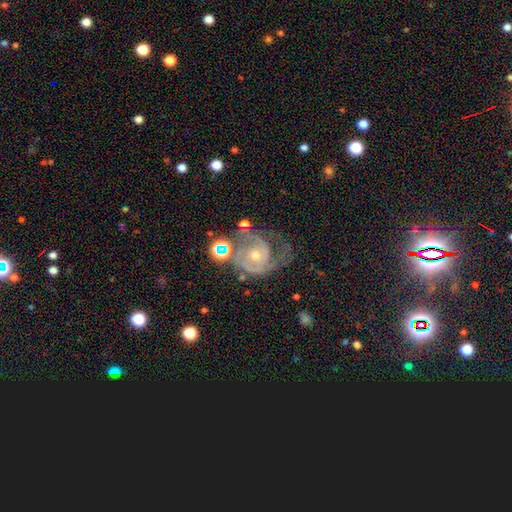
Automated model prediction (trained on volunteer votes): The model was most divided on "merging": none: 40%, major disturbance: 28%, minor disturbance: 23%, merger: 9%. More confident: edge-on disk — no (98%); spiral arms — yes (94%); smooth or featured — featured or disk (84%); bar — no (74%); bulge size — moderate (64%); spiral arm count — 2 (58%); spiral winding — tight (50%).